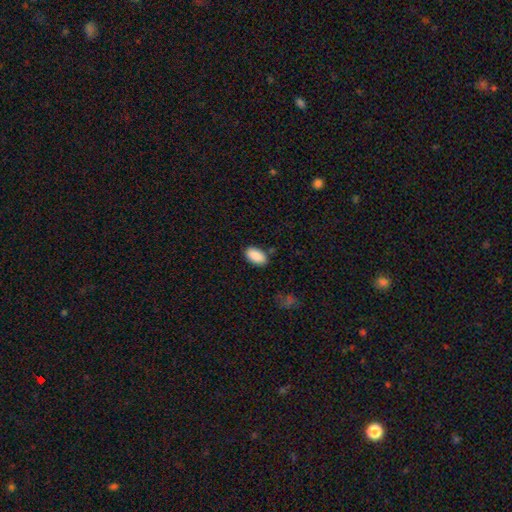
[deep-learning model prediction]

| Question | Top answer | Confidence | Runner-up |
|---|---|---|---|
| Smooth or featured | smooth | 90% | star or artifact (6%) |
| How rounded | in between | 94% | round (3%) |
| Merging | none | 84% | minor disturbance (11%) |